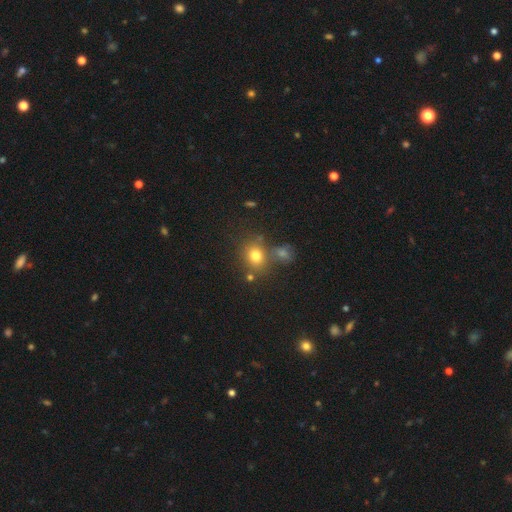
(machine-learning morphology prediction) Smooth or featured? smooth (75%)
How rounded? round (70%)
Merging? none (65%)